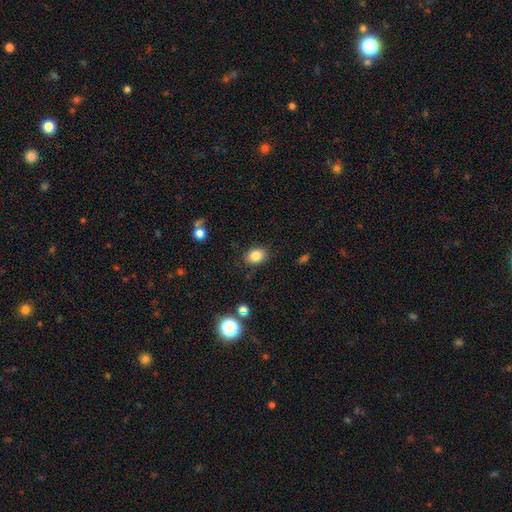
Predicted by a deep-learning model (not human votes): Morphology: type=smooth (84%); roundness=in between (59%); merging=none (83%).